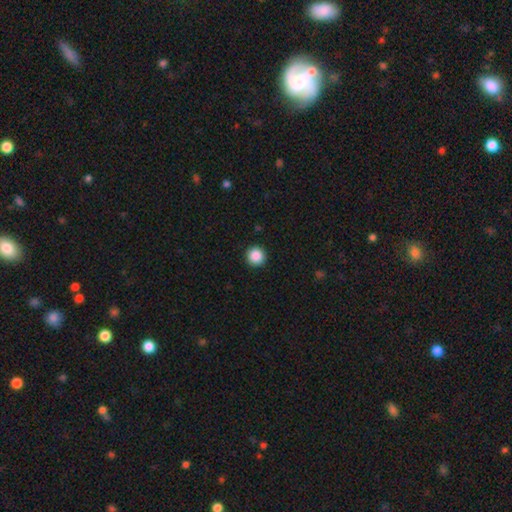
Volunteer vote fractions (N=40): This appears to be a smooth galaxy with no disk features (92%) that is round (97%). Merging: none (89%).